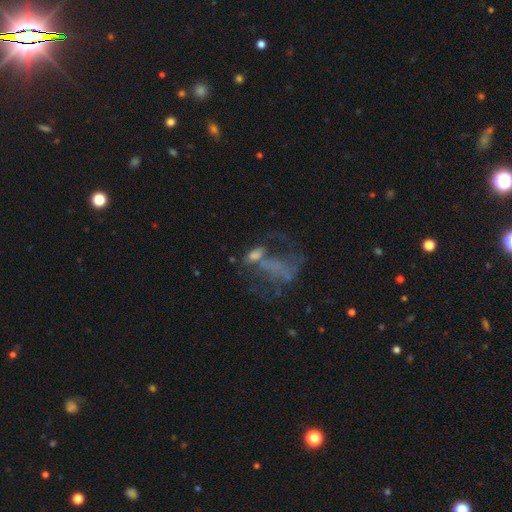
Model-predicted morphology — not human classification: Overall: featured or disk (48%; smooth 32%). Merging: major disturbance (41%; merger 25%).